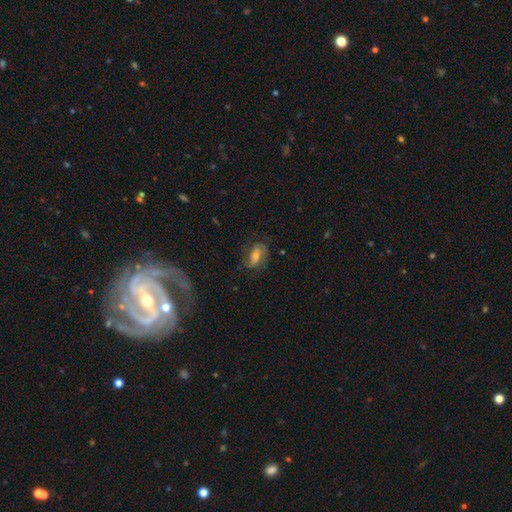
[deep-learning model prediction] smooth-or-featured: featured or disk: 61% | smooth: 27% | star or artifact: 12%
  disk-edge-on: no: 93% | yes: 7%
    bar: weak: 42% | no: 29% | strong: 28%
    has-spiral-arms: yes: 86% | no: 14%
    bulge-size: moderate: 48% | small: 40% | large: 6% | none: 5% | dominant: 2%
  merging: none: 69% | minor disturbance: 18% | major disturbance: 12% | merger: 2%